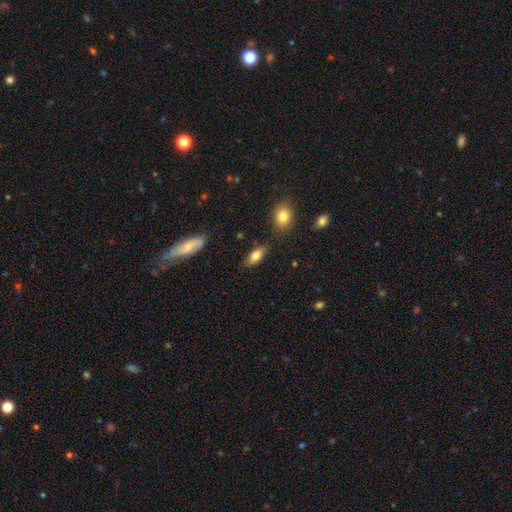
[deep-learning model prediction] This is likely a smooth galaxy (79%). How rounded: clearly in between (83%). Merging: likely none (79%).